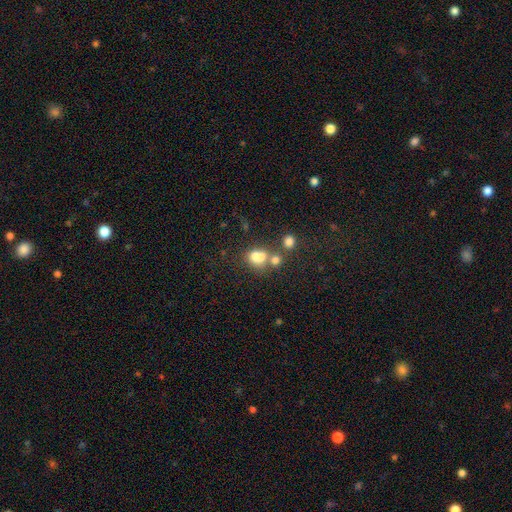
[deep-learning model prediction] Overall: smooth (71%). How rounded: round (55%; in between 44%). Merging: merger (50%; none 33%).